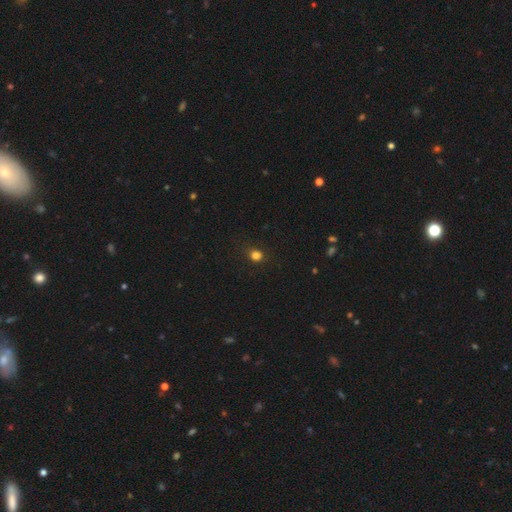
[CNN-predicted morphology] smooth_or_featured: smooth (p=0.81) [alt: star or artifact p=0.15]
how_rounded: round (p=0.74) [alt: in between p=0.25]
merging: none (p=0.85) [alt: minor disturbance p=0.11]